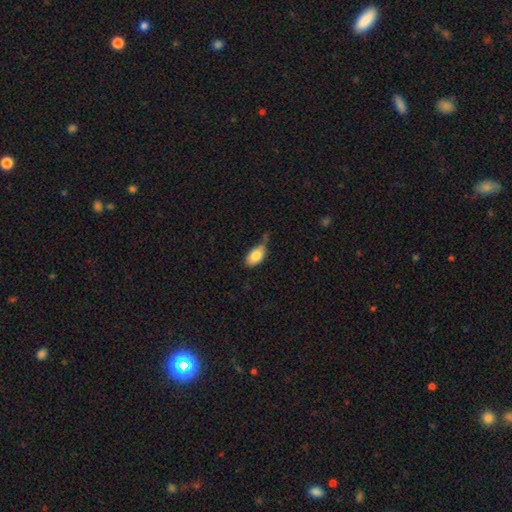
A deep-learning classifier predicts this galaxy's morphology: Smooth or featured? Predicted: smooth (p=0.81). How rounded? Predicted: in between (p=0.91). Merging? Predicted: none (p=0.41).